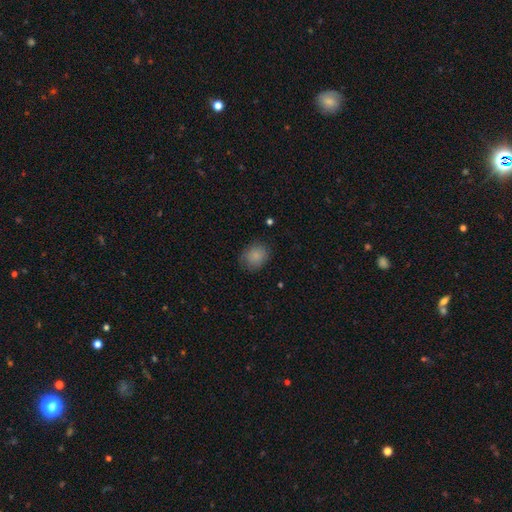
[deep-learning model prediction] The model was most divided on "how rounded": round: 60%, in between: 39%, cigar-shaped: 1%. More confident: smooth or featured — smooth (85%); merging — none (76%).